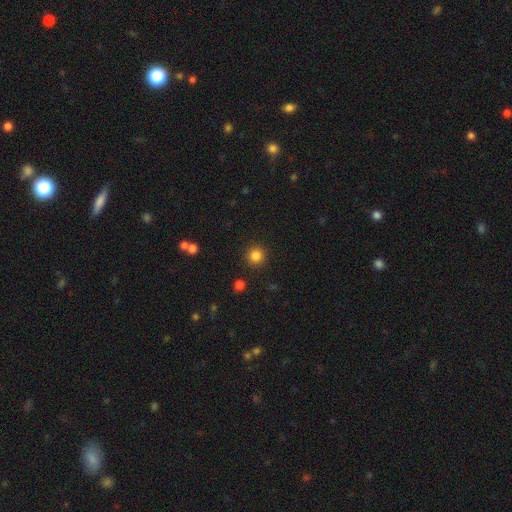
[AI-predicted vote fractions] Smooth or featured?
  - smooth: 84% *
  - star or artifact: 12%
  - featured or disk: 4%
How rounded?
  - round: 95% *
  - in between: 4%
  - cigar-shaped: 1%
Merging?
  - none: 91% *
  - minor disturbance: 5%
  - major disturbance: 2%
  - merger: 2%